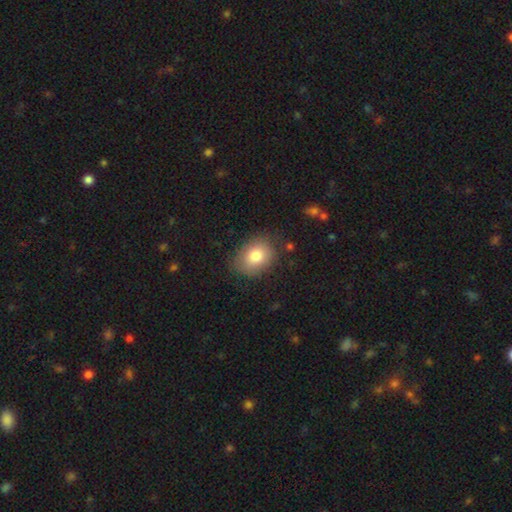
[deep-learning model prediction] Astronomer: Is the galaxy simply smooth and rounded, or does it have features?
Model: smooth — 81%.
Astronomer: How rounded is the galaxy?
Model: in between — 62%.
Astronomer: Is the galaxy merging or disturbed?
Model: none — 77%.